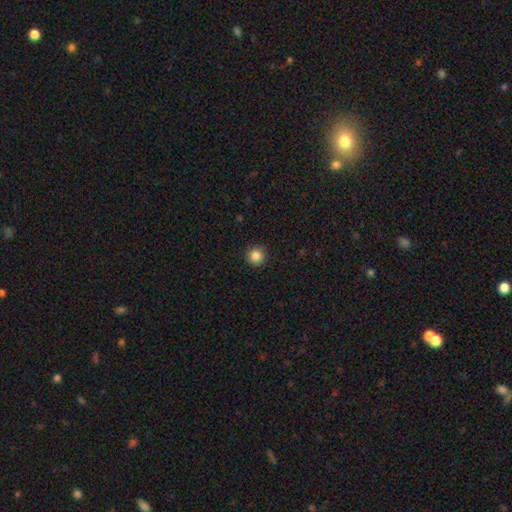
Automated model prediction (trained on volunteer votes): Overall: smooth (86%). How rounded: round (96%). Merging: none (92%).